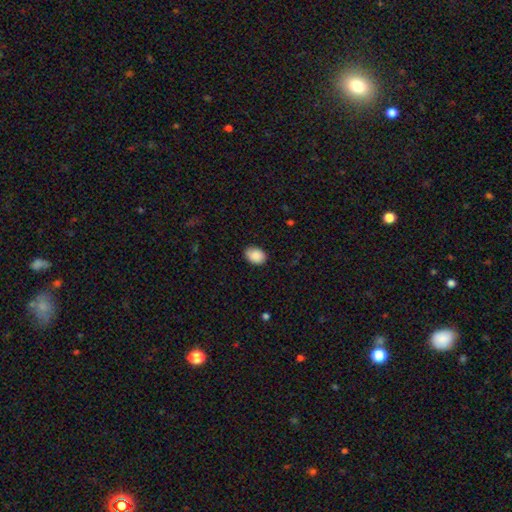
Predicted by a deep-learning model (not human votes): Q: Smooth or featured?
A: smooth (89%); runner-up: star or artifact (7%)
Q: How rounded?
A: in between (72%); runner-up: round (27%)
Q: Merging?
A: none (85%); runner-up: minor disturbance (12%)